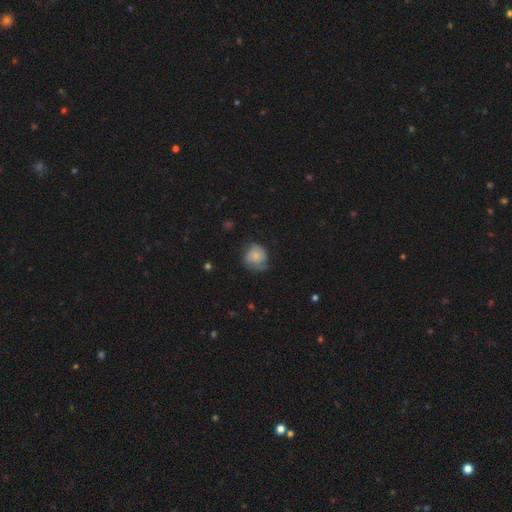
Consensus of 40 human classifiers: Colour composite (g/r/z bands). It shows a smooth galaxy with no disk features (62%) that is round (80%). Merging: minor disturbance (53%).